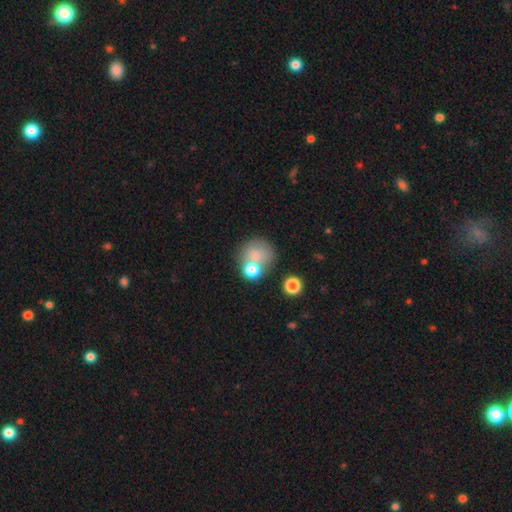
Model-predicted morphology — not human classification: Smooth or featured? smooth (72%)
How rounded? round (80%)
Merging? none (47%)